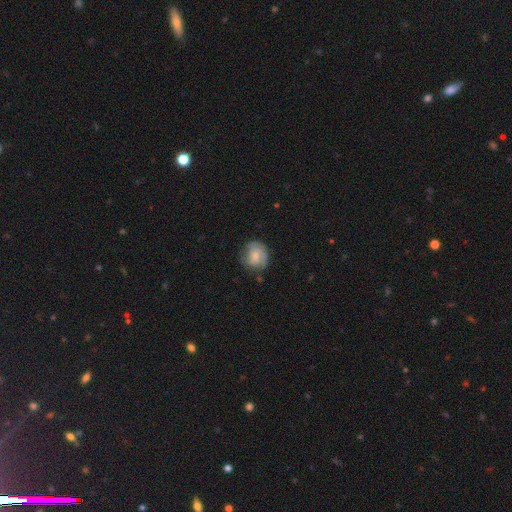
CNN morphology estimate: type=smooth (49%); merging=none (64%).